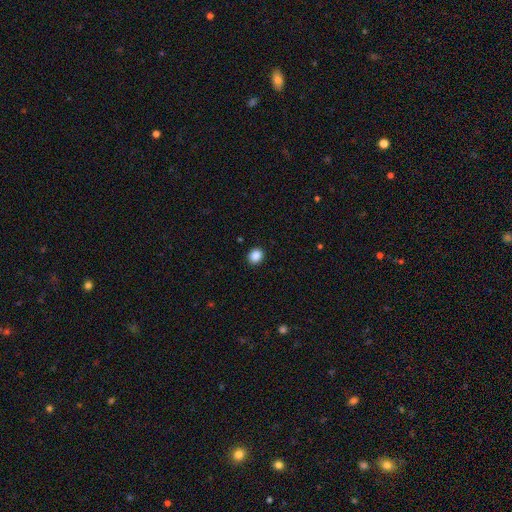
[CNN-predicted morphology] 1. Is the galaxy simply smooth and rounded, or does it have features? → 88% smooth, 9% star or artifact, 3% featured or disk.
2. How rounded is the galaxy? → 73% round, 26% in between, 1% cigar-shaped.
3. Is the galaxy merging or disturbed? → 91% none, 6% minor disturbance, 2% major disturbance, 1% merger.